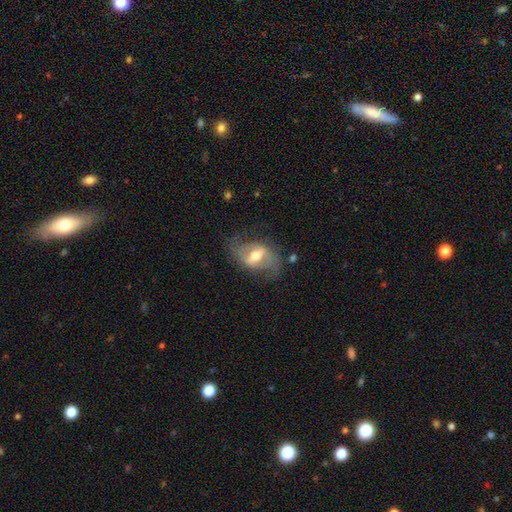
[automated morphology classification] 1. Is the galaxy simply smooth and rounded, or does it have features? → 70% featured or disk, 24% smooth, 6% star or artifact.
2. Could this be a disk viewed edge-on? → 90% no, 10% yes.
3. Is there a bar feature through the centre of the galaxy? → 52% strong, 36% weak, 12% no.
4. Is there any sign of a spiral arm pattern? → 63% yes, 37% no.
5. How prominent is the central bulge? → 68% moderate, 18% large, 12% small, 1% dominant, 1% none.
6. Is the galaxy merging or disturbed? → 61% none, 21% minor disturbance, 16% major disturbance, 2% merger.